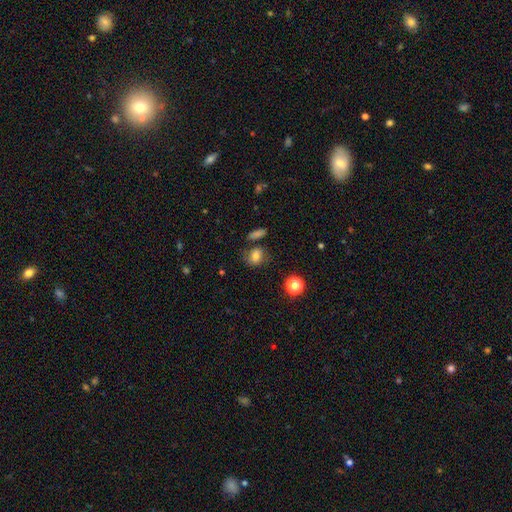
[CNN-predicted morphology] smooth_or_featured: smooth (p=0.75) [alt: star or artifact p=0.14]
how_rounded: round (p=0.51) [alt: in between p=0.47]
merging: none (p=0.66) [alt: minor disturbance p=0.18]